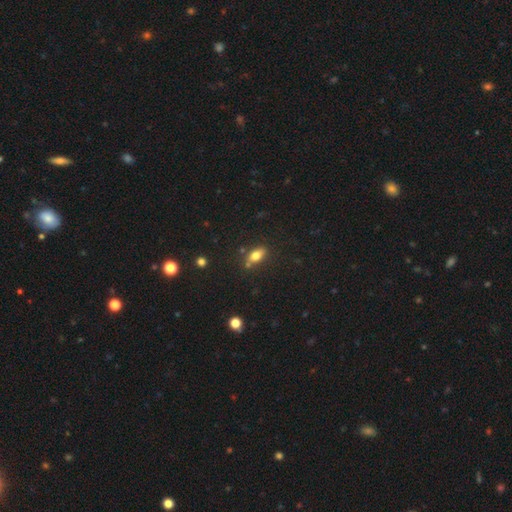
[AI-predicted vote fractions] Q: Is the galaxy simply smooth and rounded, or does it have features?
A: smooth — 74%.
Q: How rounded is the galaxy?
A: in between — 82%.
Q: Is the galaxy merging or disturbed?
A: none — 73%.